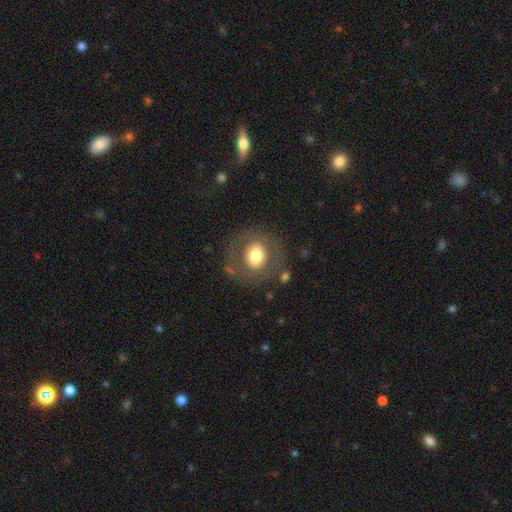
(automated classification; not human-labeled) smooth 60%, featured or disk 31%, star or artifact 8%. Down the decision tree: how rounded — round (78%); merging — none (77%).